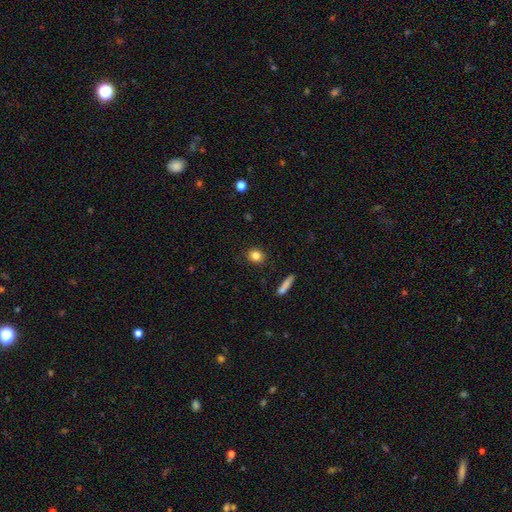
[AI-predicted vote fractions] smooth-or-featured: smooth: 84% | star or artifact: 10% | featured or disk: 6%
  how-rounded: round: 68% | in between: 30% | cigar-shaped: 2%
  merging: none: 88% | minor disturbance: 8% | major disturbance: 2% | merger: 2%